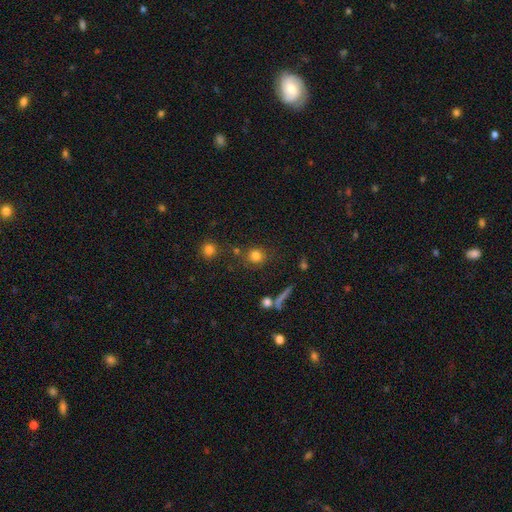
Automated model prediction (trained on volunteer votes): Morphology: type=smooth (79%); roundness=round (88%); merging=none (78%).